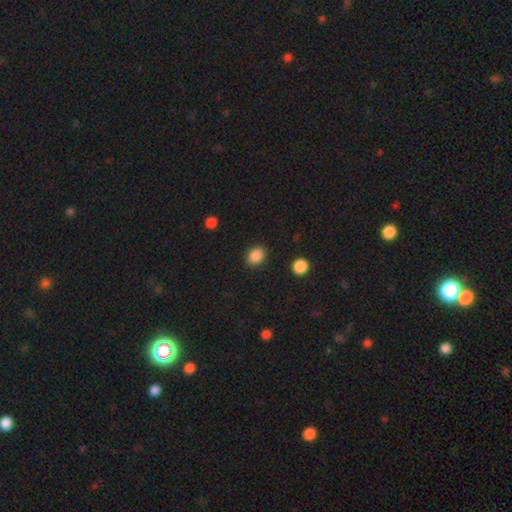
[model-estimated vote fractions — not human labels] smooth 87%, star or artifact 9%, featured or disk 3%. Down the decision tree: how rounded — in between (53%); merging — none (88%).